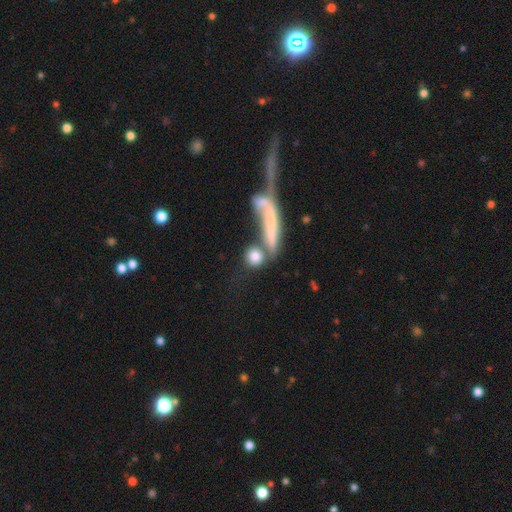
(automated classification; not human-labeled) smooth-or-featured: smooth: 63% | featured or disk: 25% | star or artifact: 12%
  how-rounded: round: 45% | cigar-shaped: 32% | in between: 24%
  merging: merger: 43% | none: 32% | major disturbance: 14% | minor disturbance: 11%